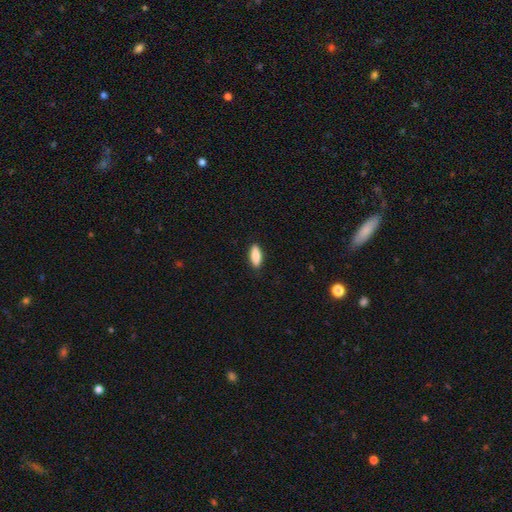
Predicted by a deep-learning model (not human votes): The model was most divided on "how rounded": in between: 67%, cigar-shaped: 31%, round: 2%. More confident: merging — none (89%); smooth or featured — smooth (87%).